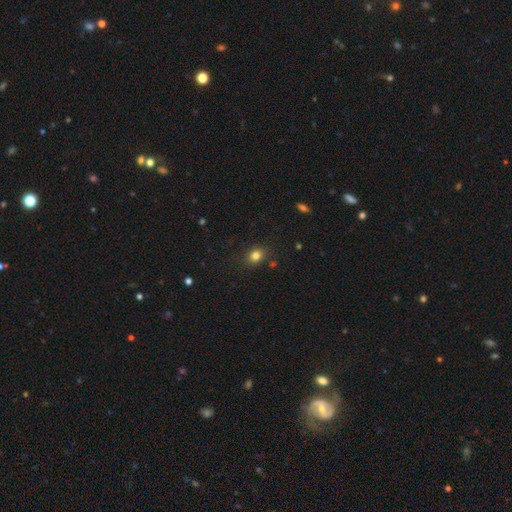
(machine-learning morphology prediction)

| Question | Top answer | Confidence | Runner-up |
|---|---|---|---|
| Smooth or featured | smooth | 80% | star or artifact (13%) |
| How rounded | in between | 50% | round (49%) |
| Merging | none | 82% | minor disturbance (12%) |